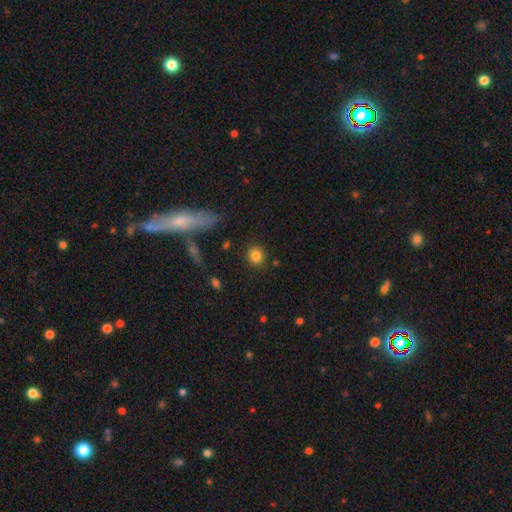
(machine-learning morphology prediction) The model was most divided on "smooth or featured": smooth: 83%, star or artifact: 10%, featured or disk: 7%. More confident: merging — none (88%); how rounded — round (87%).